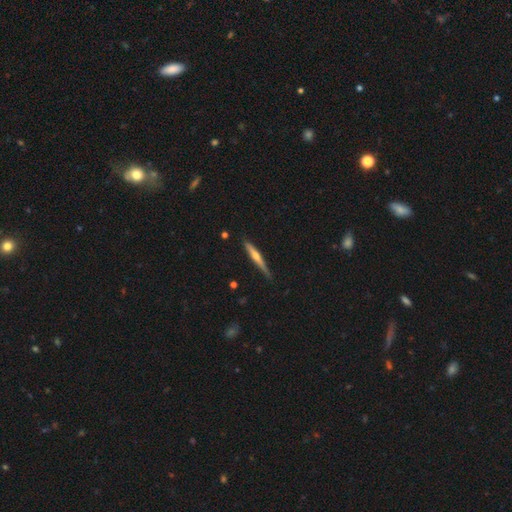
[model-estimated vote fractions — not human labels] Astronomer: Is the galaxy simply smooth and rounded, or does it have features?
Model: featured or disk — 60%.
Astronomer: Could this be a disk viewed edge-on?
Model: yes — 97%.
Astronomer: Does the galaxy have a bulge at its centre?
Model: rounded — 79%.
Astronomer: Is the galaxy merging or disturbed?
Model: none — 82%.